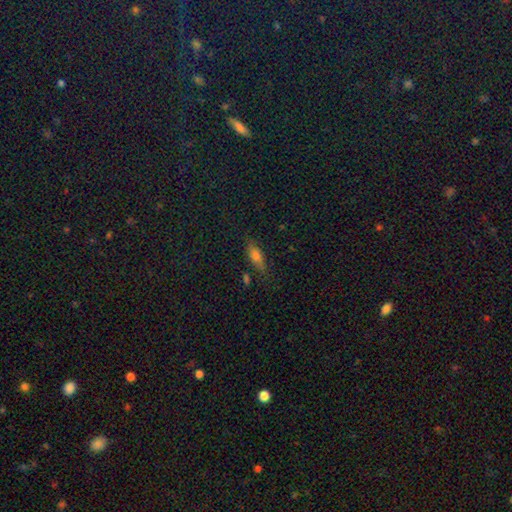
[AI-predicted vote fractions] Overall: smooth (64%). How rounded: in between (61%; cigar-shaped 35%). Merging: none (75%).